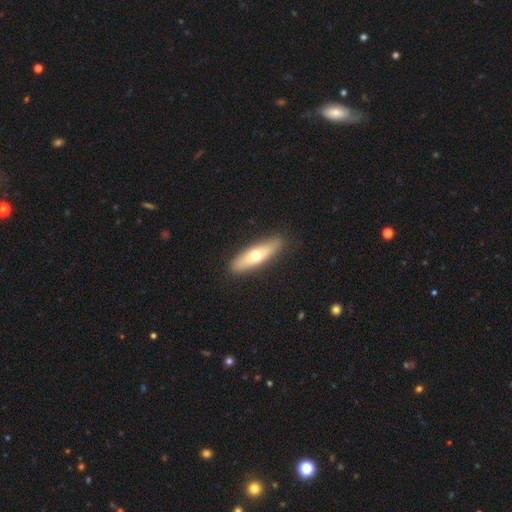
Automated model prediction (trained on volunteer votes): Smooth or featured? Predicted: smooth (p=0.55). How rounded? Predicted: cigar-shaped (p=0.58). Merging? Predicted: none (p=0.89).